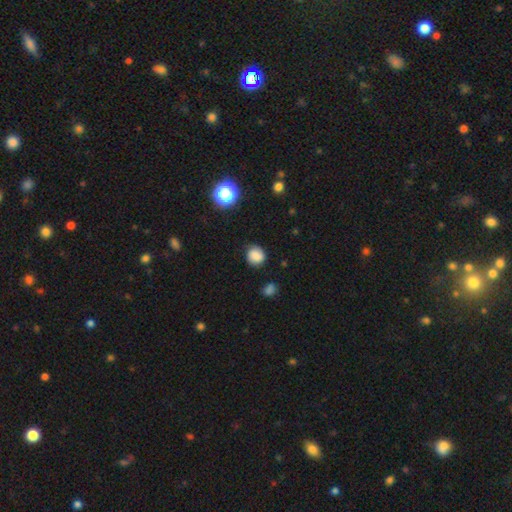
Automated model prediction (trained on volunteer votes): Morphology: type=smooth (78%); roundness=round (79%); merging=none (78%).